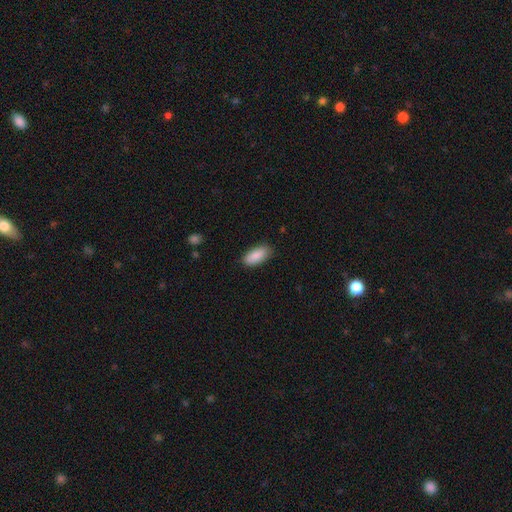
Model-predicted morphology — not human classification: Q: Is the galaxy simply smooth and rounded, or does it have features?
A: smooth — 88%.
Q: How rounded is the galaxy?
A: in between — 88%.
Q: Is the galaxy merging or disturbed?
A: none — 85%.